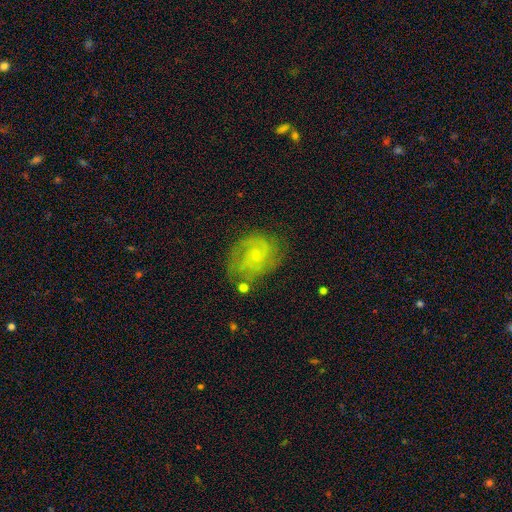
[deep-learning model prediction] A featured or disk galaxy (69%) with no bar (63%), 2 (48%) tight (44%) spiral arms (88%) and a small central bulge (65%).

Vote fractions:
- Smooth or featured? featured or disk: 69% / smooth: 23% / star or artifact: 8%
- Edge-on disk? no: 98% / yes: 2%
- Bar? no: 63% / weak: 33% / strong: 4%
- Spiral arms? yes: 88% / no: 12%
- Spiral winding? tight: 44% / medium: 42% / loose: 15%
- Spiral arm count? 2: 48% / can't tell: 26% / 3: 13% / 1: 7% / 4: 4% / more than 4: 3%
- Bulge size? small: 65% / moderate: 19% / none: 13% / large: 1% / dominant: 1%
- Merging? none: 64% / minor disturbance: 21% / major disturbance: 11% / merger: 4%